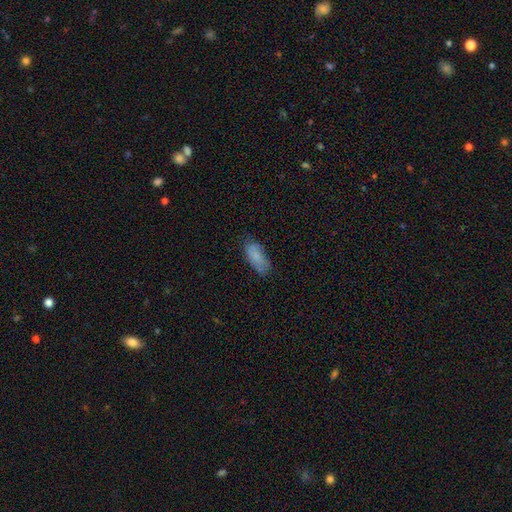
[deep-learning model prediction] Morphology: type=smooth (80%); roundness=in between (83%); merging=none (72%).